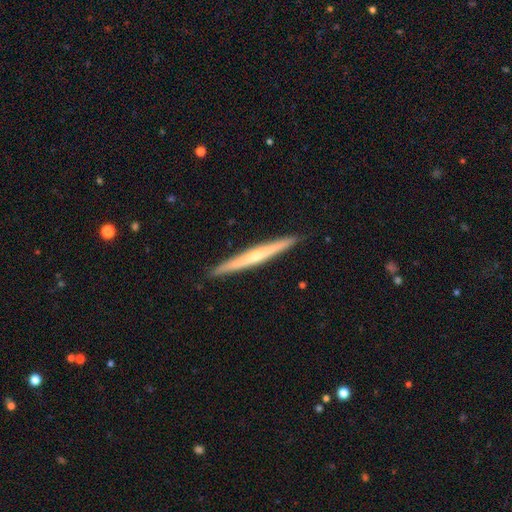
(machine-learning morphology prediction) This is possibly a featured or disk galaxy (59%). It is clearly viewed edge-on (98%). Edge-on bulge: possibly none (54%). Merging: clearly none (92%).